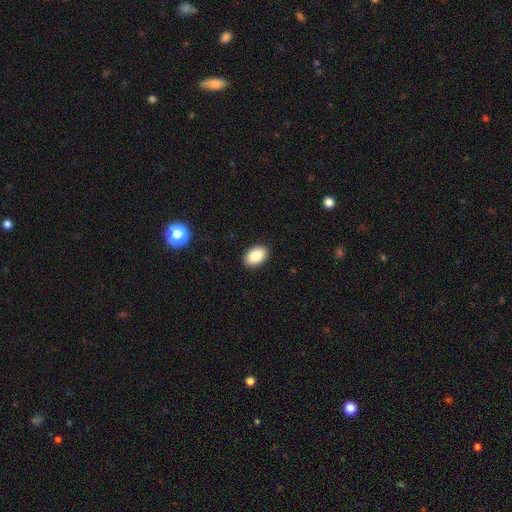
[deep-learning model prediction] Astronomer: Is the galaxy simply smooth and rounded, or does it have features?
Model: smooth — 86%.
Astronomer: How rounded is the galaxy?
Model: in between — 88%.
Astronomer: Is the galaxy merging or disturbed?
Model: none — 90%.